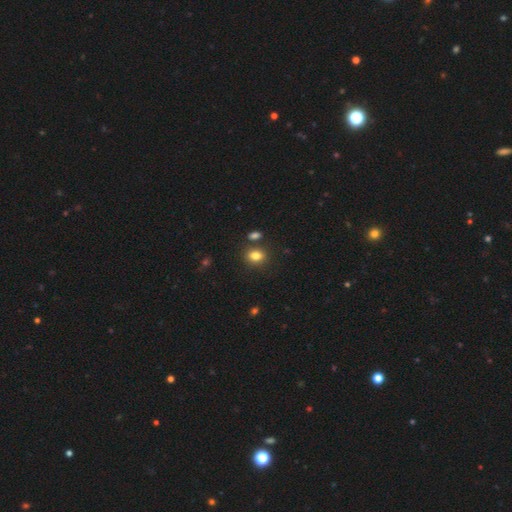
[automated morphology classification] smooth_or_featured: smooth (p=0.83) [alt: star or artifact p=0.11]
how_rounded: in between (p=0.58) [alt: round p=0.41]
merging: none (p=0.76) [alt: minor disturbance p=0.11]